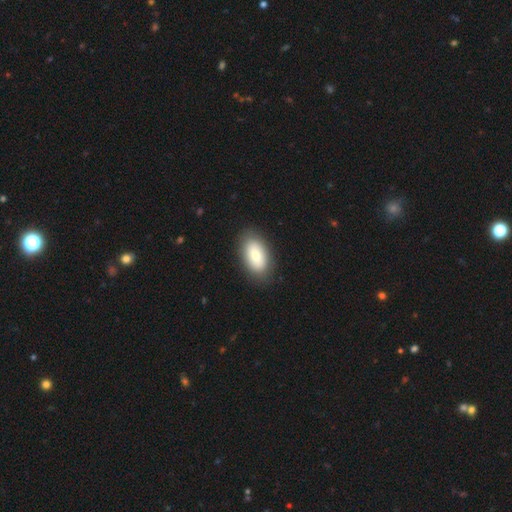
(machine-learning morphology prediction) A smooth galaxy with no disk features (78%) that is in between round and cigar-shaped (92%).

Vote fractions:
- Smooth or featured? smooth: 78% / featured or disk: 15% / star or artifact: 7%
- How rounded? in between: 92% / round: 5% / cigar-shaped: 2%
- Merging? none: 87% / minor disturbance: 10% / major disturbance: 3% / merger: 1%